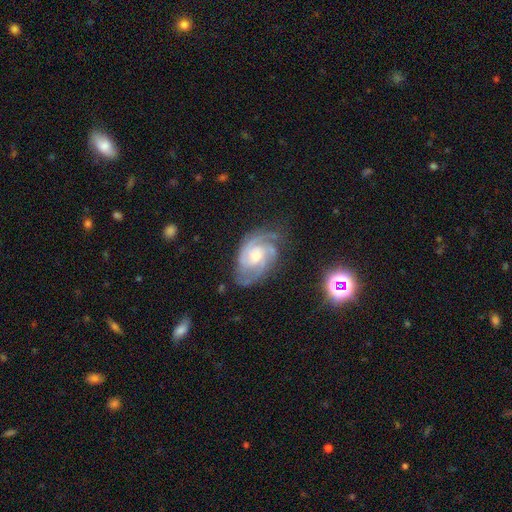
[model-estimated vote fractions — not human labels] smooth_or_featured: featured or disk (p=0.88) [alt: smooth p=0.06]
disk_edge_on: no (p=0.97) [alt: yes p=0.03]
bar: no (p=0.62) [alt: weak p=0.32]
has_spiral_arms: yes (p=0.98) [alt: no p=0.02]
spiral_winding: tight (p=0.58) [alt: medium p=0.36]
spiral_arm_count: 3 (p=0.38) [alt: 2 p=0.25]
bulge_size: moderate (p=0.54) [alt: small p=0.40]
merging: none (p=0.71) [alt: minor disturbance p=0.20]